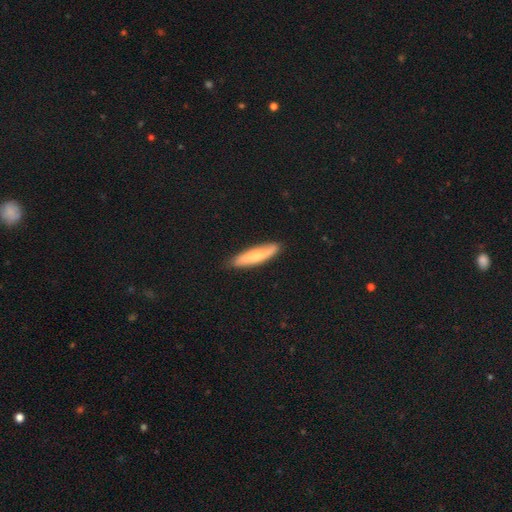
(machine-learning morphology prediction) Smooth or featured: smooth — 64% (featured or disk — 31%)
How rounded: cigar-shaped — 83% (in between — 15%)
Merging: none — 84% (minor disturbance — 13%)